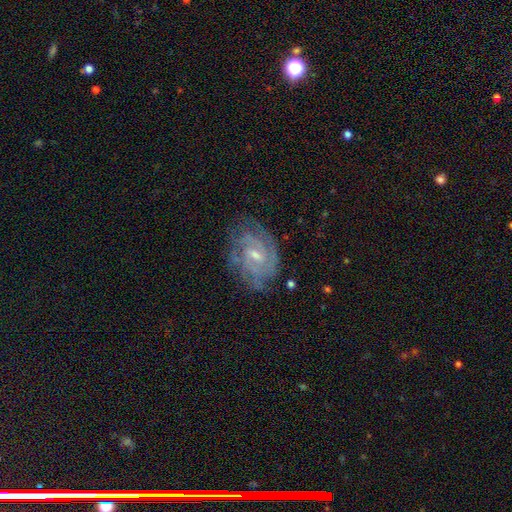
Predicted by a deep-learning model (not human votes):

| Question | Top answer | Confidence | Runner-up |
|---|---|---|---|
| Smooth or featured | featured or disk | 84% | smooth (9%) |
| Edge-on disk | no | 97% | yes (3%) |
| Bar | weak | 53% | no (36%) |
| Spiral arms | yes | 95% | no (5%) |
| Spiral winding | tight | 65% | medium (29%) |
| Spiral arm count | can't tell | 34% | 2 (22%) |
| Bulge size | small | 56% | moderate (38%) |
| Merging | none | 72% | minor disturbance (19%) |